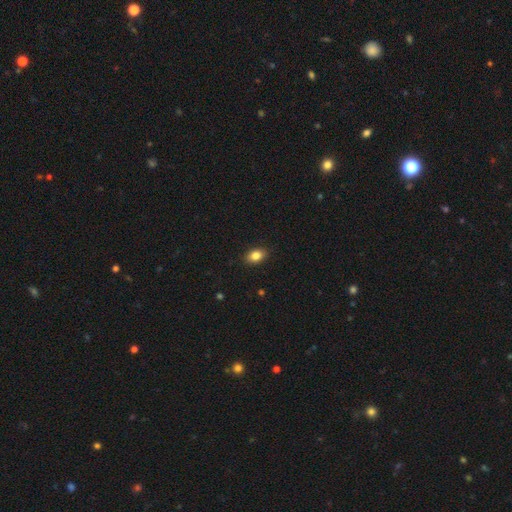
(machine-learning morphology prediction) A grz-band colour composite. It shows a smooth galaxy with no disk features (84%) that is in between round and cigar-shaped (83%). Merging: none (88%).